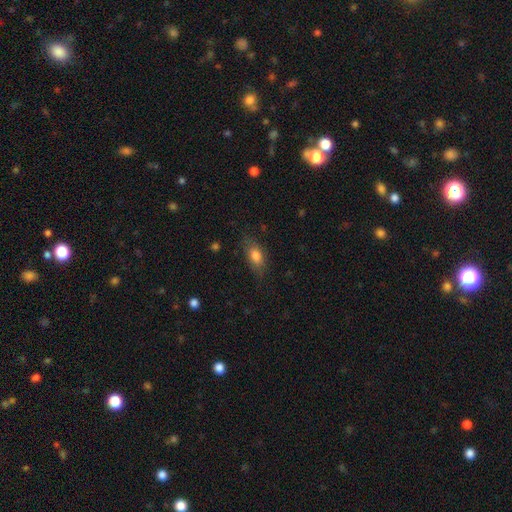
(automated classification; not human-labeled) This appears to be a smooth galaxy with no disk features (78%) that is in between round and cigar-shaped (84%). Merging: none (74%).